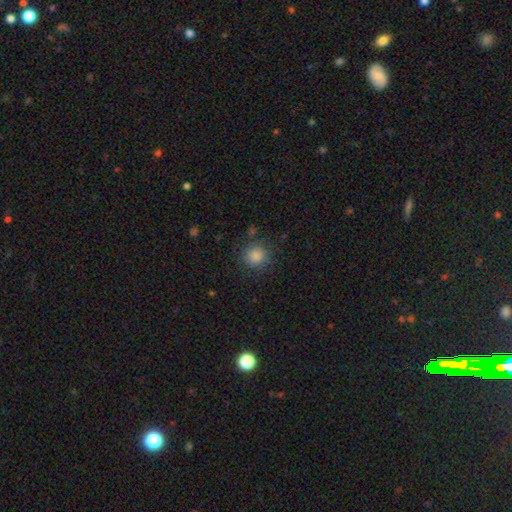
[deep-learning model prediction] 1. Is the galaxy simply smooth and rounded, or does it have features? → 83% smooth, 13% star or artifact, 4% featured or disk.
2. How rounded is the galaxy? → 92% round, 7% in between, 1% cigar-shaped.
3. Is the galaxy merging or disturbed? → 84% none, 10% minor disturbance, 3% major disturbance, 3% merger.